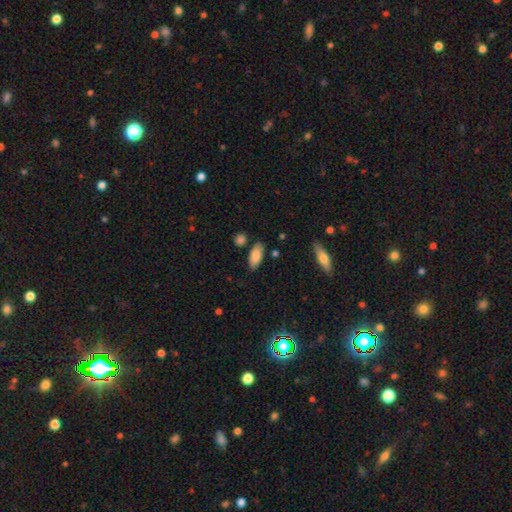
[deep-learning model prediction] Morphology: type=smooth (82%); roundness=in between (87%); merging=none (82%).